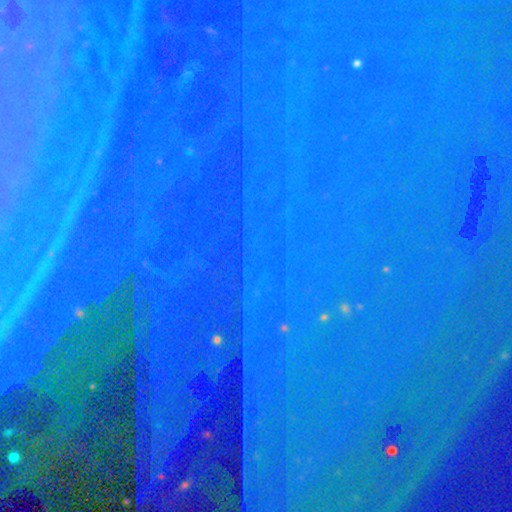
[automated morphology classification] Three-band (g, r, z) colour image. It shows a star or artifact, not a galaxy (87%).